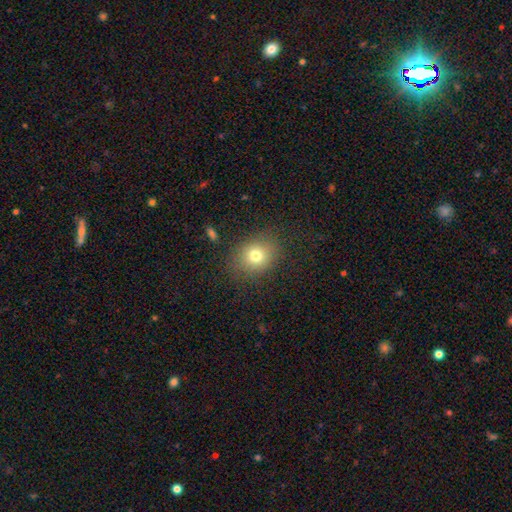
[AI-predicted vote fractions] smooth-or-featured: smooth: 75% | star or artifact: 13% | featured or disk: 12%
  how-rounded: round: 56% | in between: 43% | cigar-shaped: 1%
  merging: none: 82% | minor disturbance: 11% | major disturbance: 5% | merger: 1%